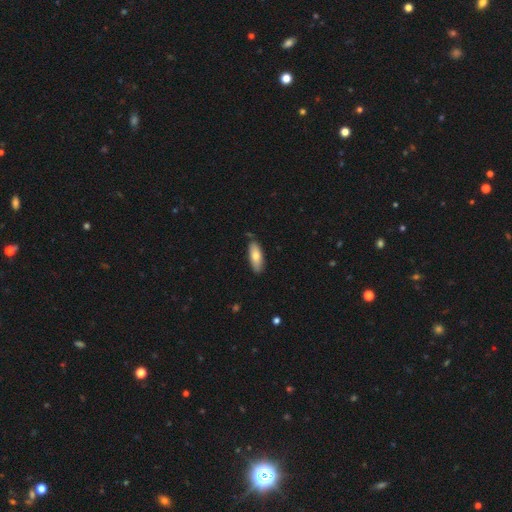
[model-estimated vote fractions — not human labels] This is likely a smooth galaxy (75%). How rounded: likely in between (70%). Merging: clearly none (82%).